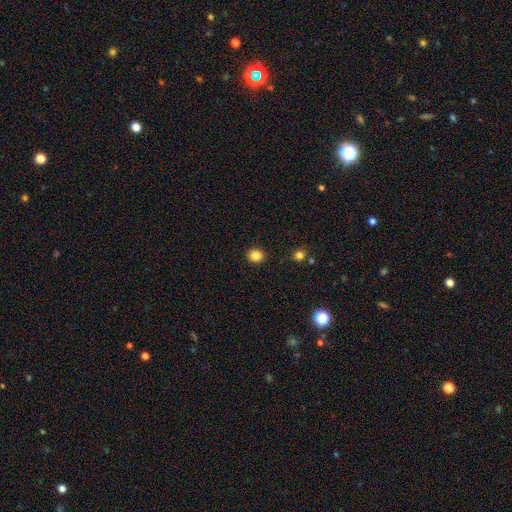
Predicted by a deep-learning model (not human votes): A smooth galaxy with no disk features (85%) that is round (74%). Merging: none (91%).